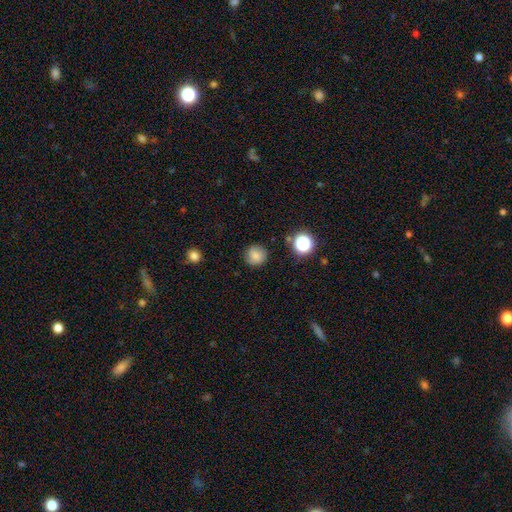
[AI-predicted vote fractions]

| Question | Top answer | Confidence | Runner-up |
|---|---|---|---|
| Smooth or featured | smooth | 79% | star or artifact (13%) |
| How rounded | round | 93% | in between (6%) |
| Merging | none | 86% | minor disturbance (9%) |